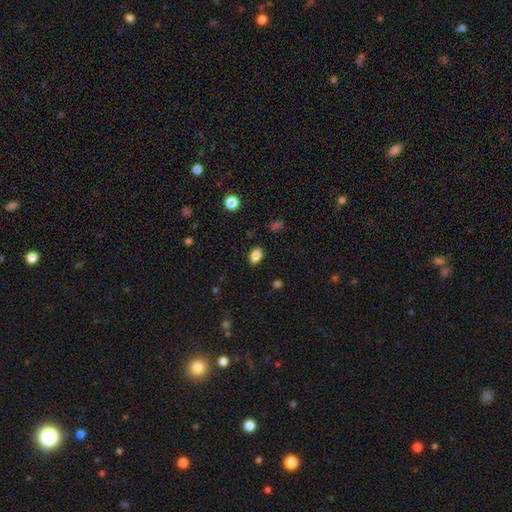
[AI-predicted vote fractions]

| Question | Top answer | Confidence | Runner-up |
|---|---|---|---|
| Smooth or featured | smooth | 85% | star or artifact (10%) |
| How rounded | in between | 87% | round (11%) |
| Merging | none | 87% | minor disturbance (9%) |